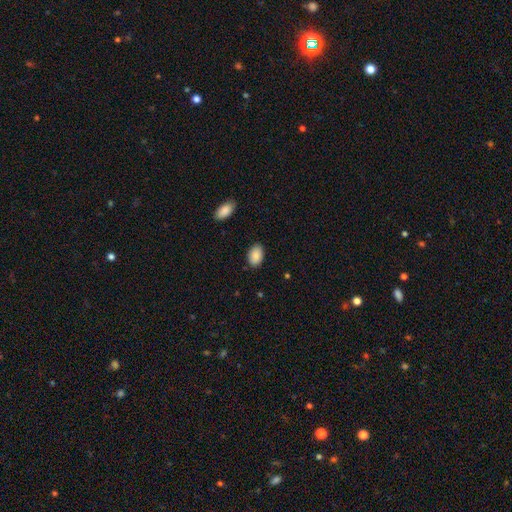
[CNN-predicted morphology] Smooth or featured: smooth — 89% (star or artifact — 7%)
How rounded: in between — 91% (round — 8%)
Merging: none — 86% (minor disturbance — 11%)